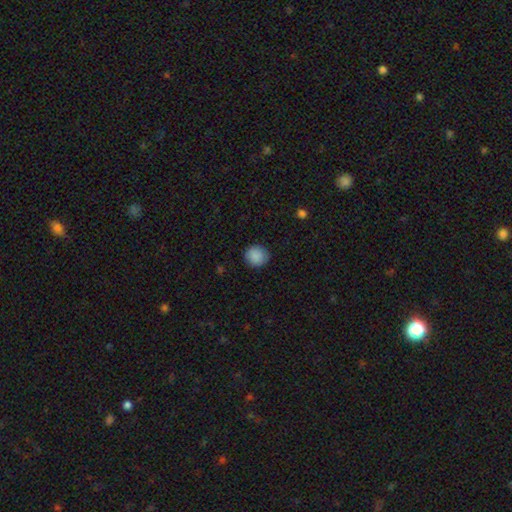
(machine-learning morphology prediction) type=smooth (89%); roundness=round (91%); merging=none (89%).